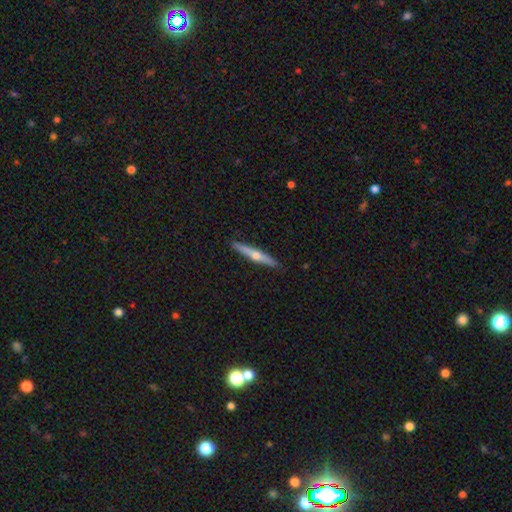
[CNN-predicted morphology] Overall: featured or disk (62%; smooth 33%). Edge-on disk: yes (97%). Edge-on bulge: rounded (89%). Merging: none (91%).